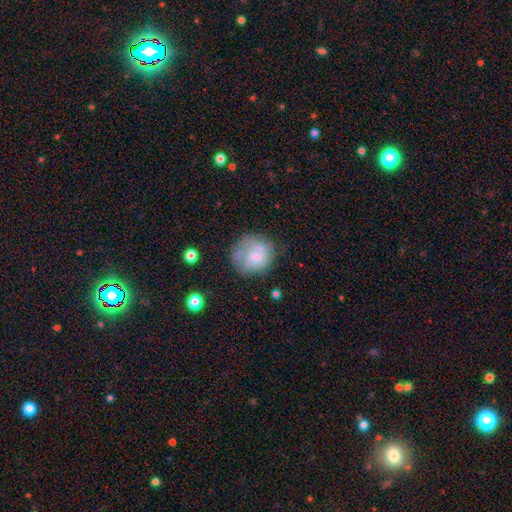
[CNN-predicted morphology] A smooth galaxy with no disk features (57%) that is round (79%). Merging: none (48%).